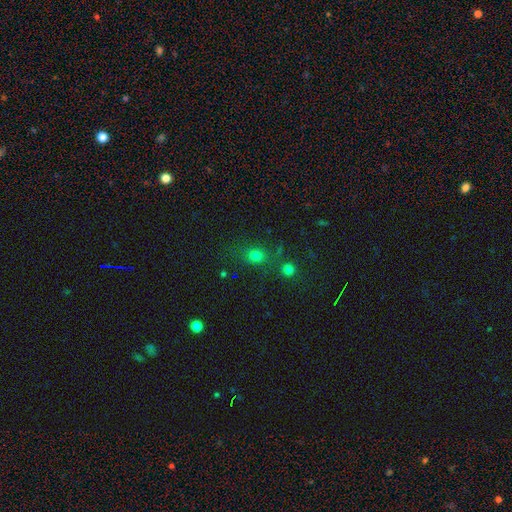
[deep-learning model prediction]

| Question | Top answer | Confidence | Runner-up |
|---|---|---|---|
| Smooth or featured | smooth | 72% | star or artifact (21%) |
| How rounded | round | 71% | in between (28%) |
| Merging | none | 72% | minor disturbance (13%) |